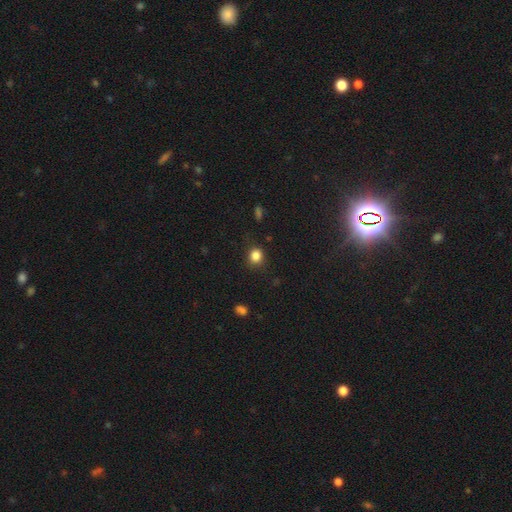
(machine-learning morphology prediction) smooth 84%, star or artifact 12%, featured or disk 4%. Down the decision tree: how rounded — round (73%); merging — none (81%).